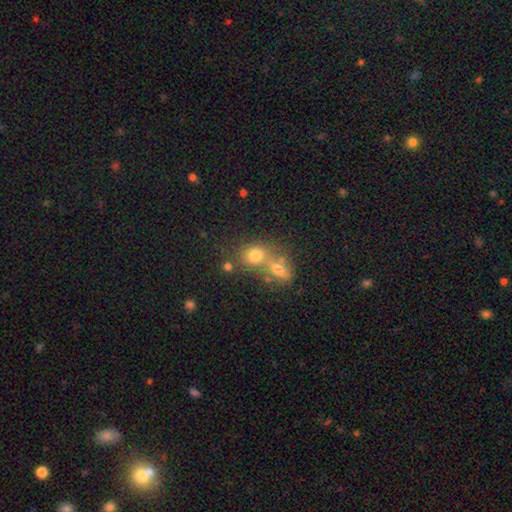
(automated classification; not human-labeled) Morphology: type=smooth (72%); roundness=round (57%); merging=merger (51%).